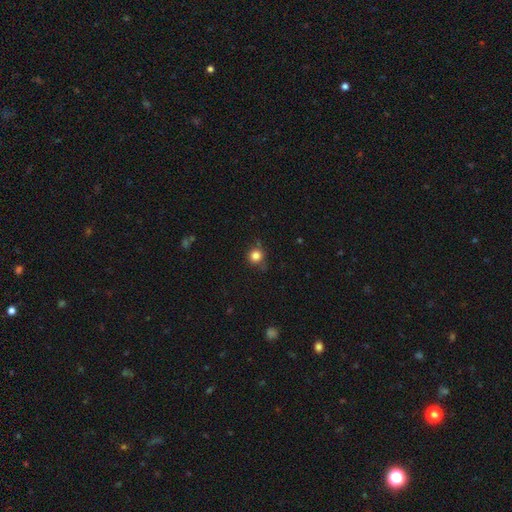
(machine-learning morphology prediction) type=smooth (82%); roundness=round (92%); merging=none (77%).